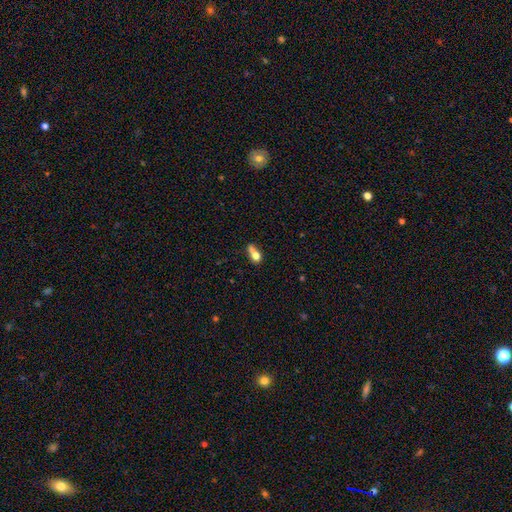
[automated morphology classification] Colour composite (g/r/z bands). It shows a smooth galaxy with no disk features (66%) that is in between round and cigar-shaped (61%). Merging: none (31%).